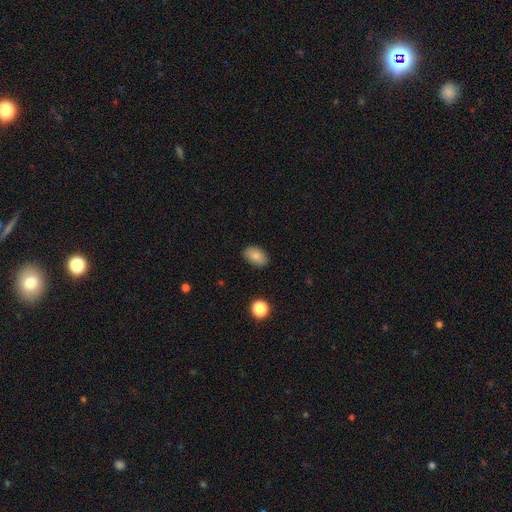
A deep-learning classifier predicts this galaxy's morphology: Q: Smooth or featured?
A: smooth (84%); runner-up: star or artifact (9%)
Q: How rounded?
A: in between (88%); runner-up: round (11%)
Q: Merging?
A: none (86%); runner-up: minor disturbance (11%)